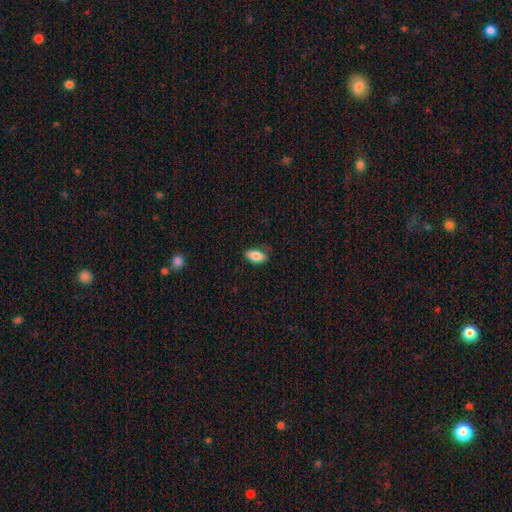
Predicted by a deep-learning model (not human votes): smooth 84%, featured or disk 9%, star or artifact 7%. Down the decision tree: how rounded — in between (89%); merging — none (80%).